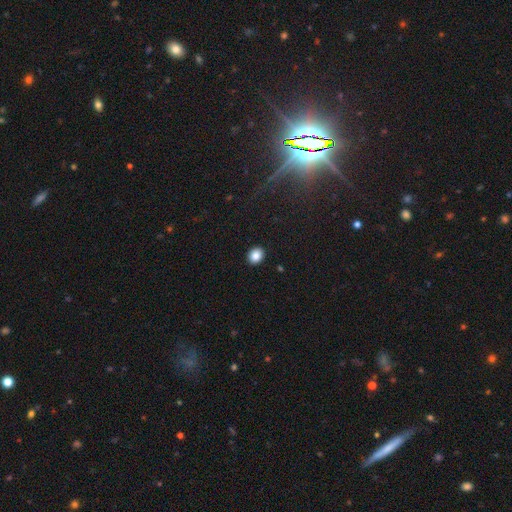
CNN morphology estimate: Smooth or featured?
  - smooth: 86% *
  - star or artifact: 9%
  - featured or disk: 5%
How rounded?
  - round: 63% *
  - in between: 36%
  - cigar-shaped: 1%
Merging?
  - none: 92% *
  - minor disturbance: 6%
  - major disturbance: 2%
  - merger: 1%